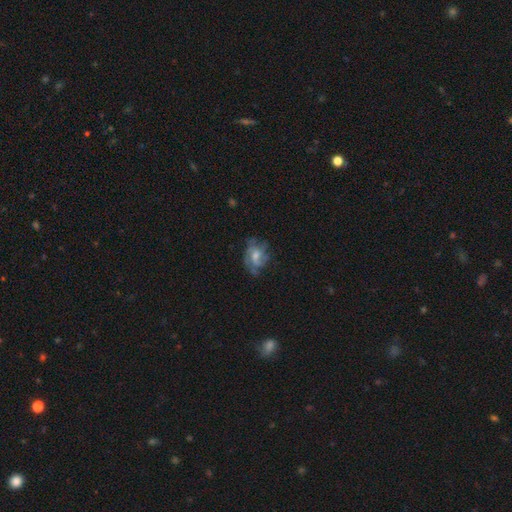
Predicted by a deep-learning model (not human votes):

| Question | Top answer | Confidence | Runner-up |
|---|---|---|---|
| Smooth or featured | featured or disk | 70% | smooth (19%) |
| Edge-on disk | no | 97% | yes (3%) |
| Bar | no | 54% | weak (38%) |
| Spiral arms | yes | 85% | no (15%) |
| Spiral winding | medium | 44% | tight (37%) |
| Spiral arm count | can't tell | 33% | 3 (27%) |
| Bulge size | moderate | 51% | small (34%) |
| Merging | none | 63% | minor disturbance (21%) |